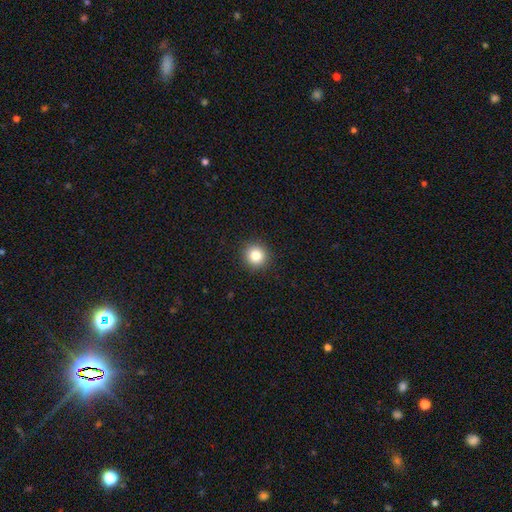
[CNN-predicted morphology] This appears to be a smooth galaxy with no disk features (84%) that is round (93%). Merging: none (92%).